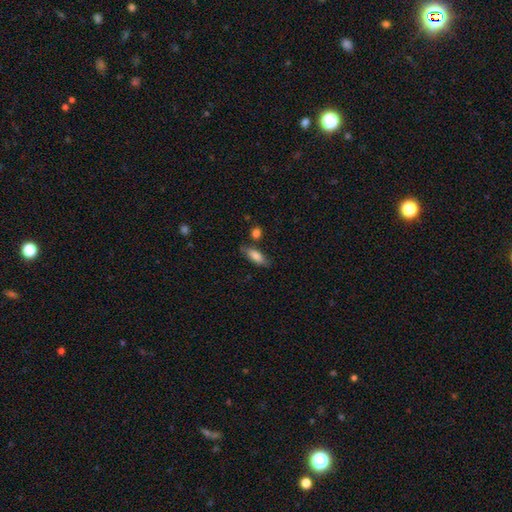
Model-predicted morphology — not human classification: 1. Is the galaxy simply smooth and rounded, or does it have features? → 79% smooth, 14% featured or disk, 7% star or artifact.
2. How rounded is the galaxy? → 69% in between, 28% cigar-shaped, 3% round.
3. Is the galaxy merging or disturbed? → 70% none, 18% minor disturbance, 7% merger, 5% major disturbance.